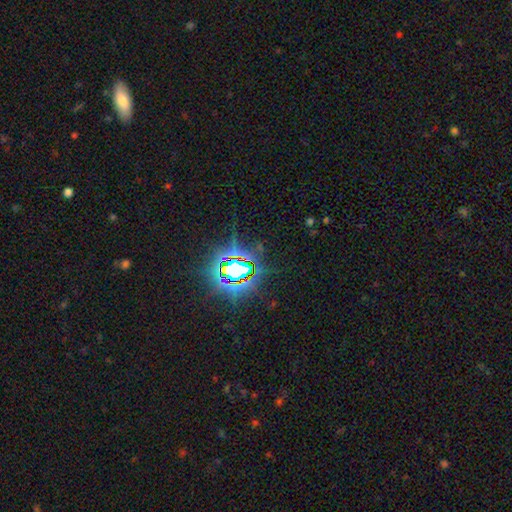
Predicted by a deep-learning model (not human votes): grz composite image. It shows a star or artifact, not a galaxy (84%).